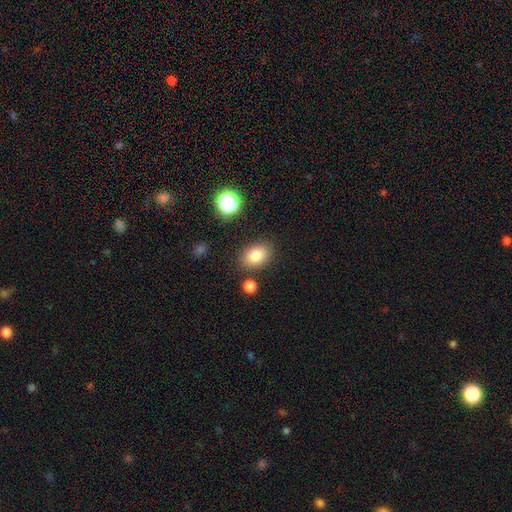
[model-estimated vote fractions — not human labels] This is clearly a smooth galaxy (82%). How rounded: clearly in between (80%). Merging: clearly none (81%).